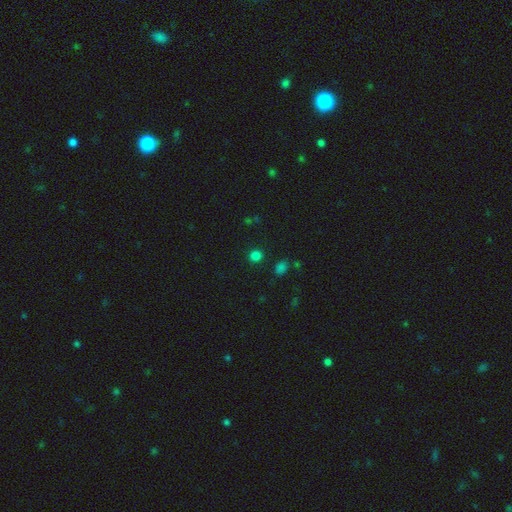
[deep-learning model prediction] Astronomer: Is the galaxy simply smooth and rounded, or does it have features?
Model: smooth — 79%.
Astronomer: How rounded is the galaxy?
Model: round — 89%.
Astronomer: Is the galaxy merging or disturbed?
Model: none — 89%.